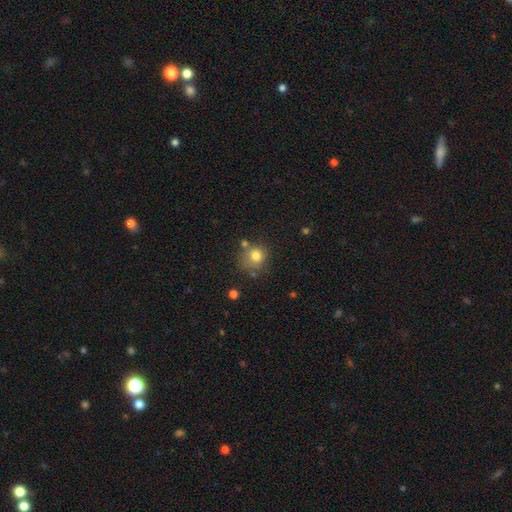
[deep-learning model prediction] smooth 78%, star or artifact 12%, featured or disk 10%. Down the decision tree: how rounded — round (83%); merging — none (61%).